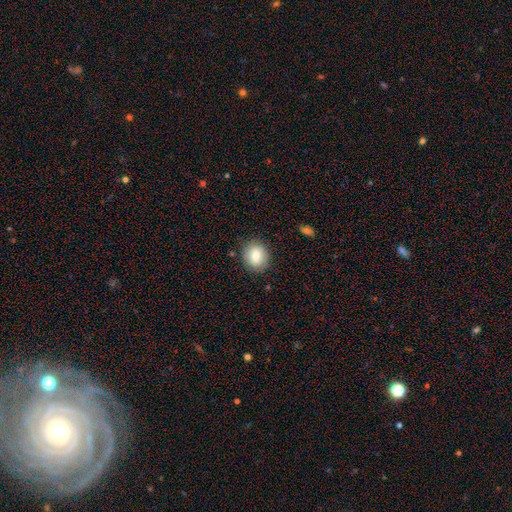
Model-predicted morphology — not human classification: This appears to be a smooth galaxy with no disk features (79%) that is round (68%). Merging: none (85%).